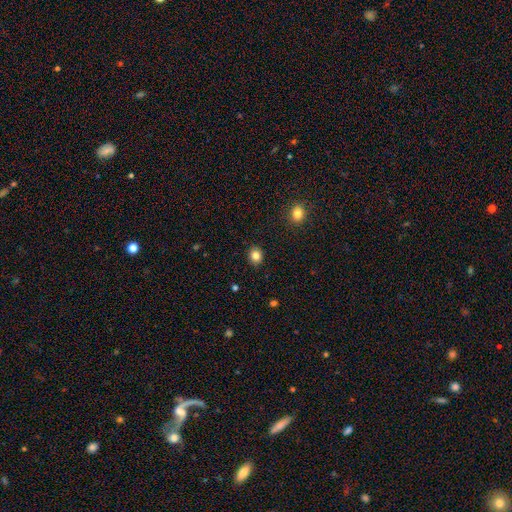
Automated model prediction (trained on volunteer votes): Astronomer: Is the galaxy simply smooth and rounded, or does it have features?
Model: smooth — 84%.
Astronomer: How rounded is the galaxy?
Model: round — 70%.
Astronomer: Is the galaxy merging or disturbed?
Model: none — 91%.